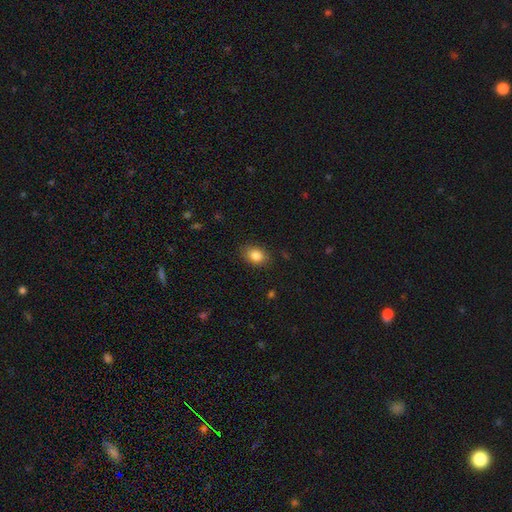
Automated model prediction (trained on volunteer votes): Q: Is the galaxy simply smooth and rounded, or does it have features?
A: smooth — 84%.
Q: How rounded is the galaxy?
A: in between — 72%.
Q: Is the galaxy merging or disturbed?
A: none — 85%.